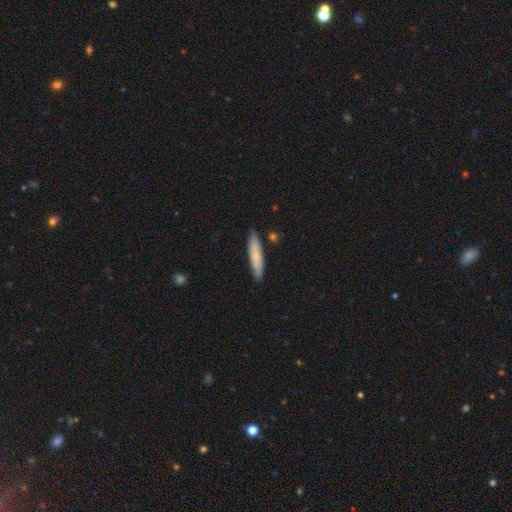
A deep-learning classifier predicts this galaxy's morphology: smooth-or-featured: smooth: 70% | featured or disk: 24% | star or artifact: 6%
  how-rounded: cigar-shaped: 84% | in between: 14% | round: 1%
  merging: none: 81% | minor disturbance: 14% | merger: 3% | major disturbance: 2%